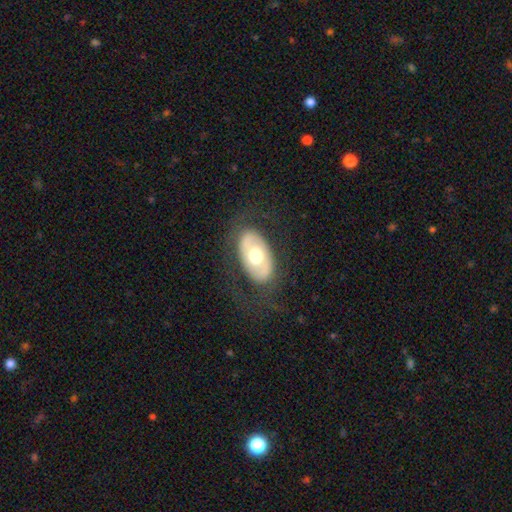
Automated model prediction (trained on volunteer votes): A featured or disk galaxy (48%).

Vote fractions:
- Smooth or featured? featured or disk: 48% / smooth: 46% / star or artifact: 6%
- Merging? none: 78% / minor disturbance: 13% / major disturbance: 9% / merger: 1%